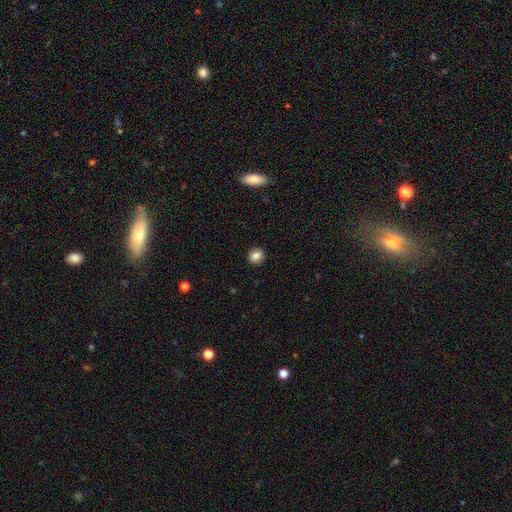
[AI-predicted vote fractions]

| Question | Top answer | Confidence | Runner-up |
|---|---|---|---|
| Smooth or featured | smooth | 85% | star or artifact (9%) |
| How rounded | round | 78% | in between (21%) |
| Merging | none | 91% | minor disturbance (6%) |